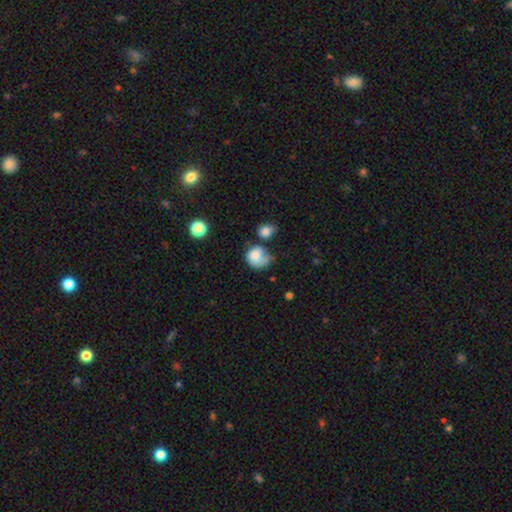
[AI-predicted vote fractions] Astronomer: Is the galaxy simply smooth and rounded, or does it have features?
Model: smooth — 75%.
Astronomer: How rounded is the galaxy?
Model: round — 67%.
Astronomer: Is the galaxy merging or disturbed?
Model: none — 29% (runner-up: minor disturbance, 27%).